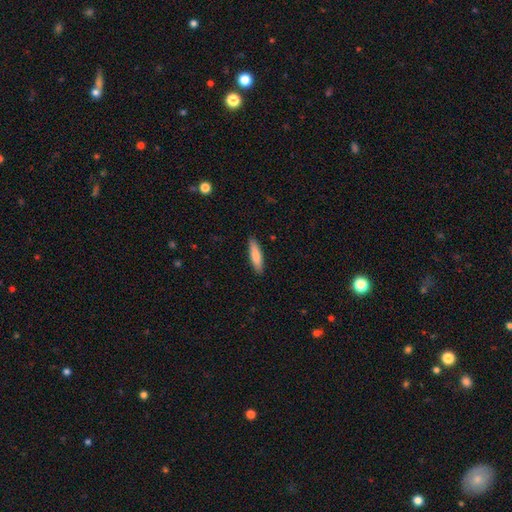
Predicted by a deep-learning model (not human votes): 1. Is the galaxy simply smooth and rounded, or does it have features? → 80% smooth, 15% featured or disk, 5% star or artifact.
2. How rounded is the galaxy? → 75% cigar-shaped, 23% in between, 1% round.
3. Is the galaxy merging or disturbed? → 90% none, 8% minor disturbance, 2% major disturbance, 1% merger.